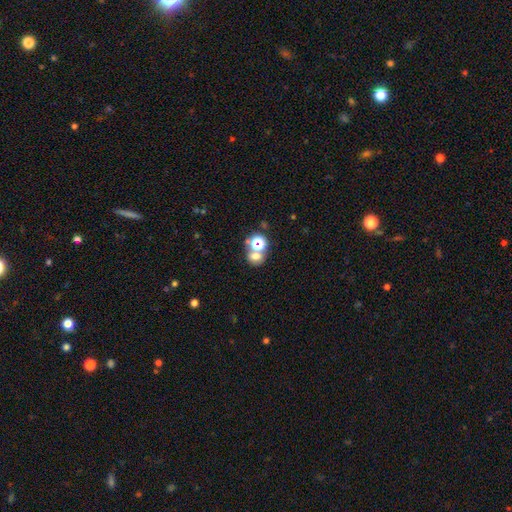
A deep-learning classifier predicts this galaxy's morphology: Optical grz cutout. It shows a smooth galaxy with no disk features (57%) that is round (65%). Merging: none (51%).